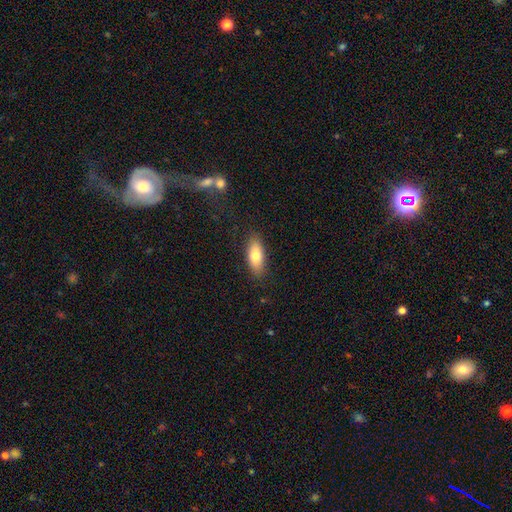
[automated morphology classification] smooth-or-featured: smooth: 78% | featured or disk: 15% | star or artifact: 7%
  how-rounded: in between: 77% | cigar-shaped: 21% | round: 3%
  merging: none: 86% | minor disturbance: 10% | major disturbance: 3% | merger: 1%